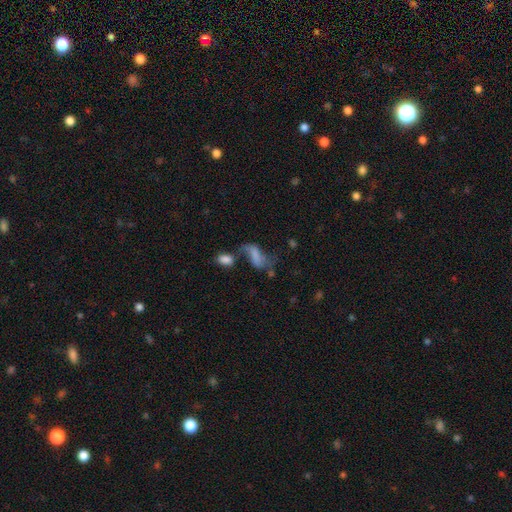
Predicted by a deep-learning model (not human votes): Smooth or featured? Predicted: smooth (p=0.50). How rounded? Predicted: in between (p=0.84). Merging? Predicted: merger (p=0.30).